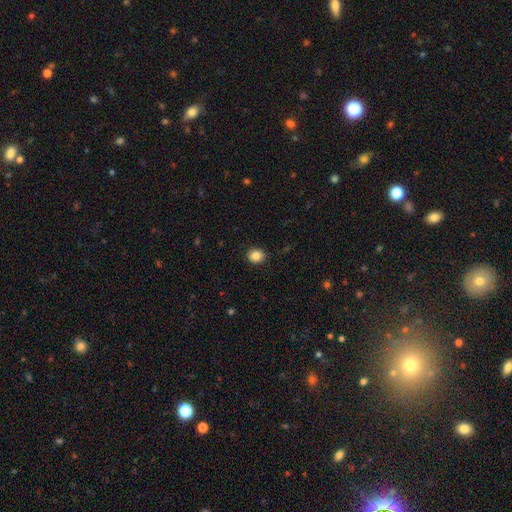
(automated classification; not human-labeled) Smooth or featured? Predicted: smooth (p=0.84). How rounded? Predicted: round (p=0.72). Merging? Predicted: none (p=0.90).